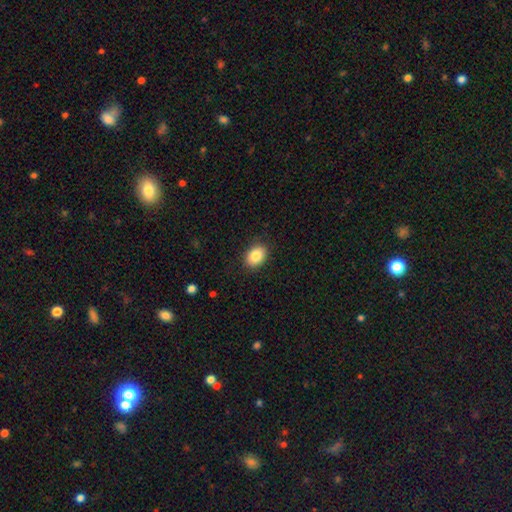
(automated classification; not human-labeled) A smooth galaxy with no disk features (86%) that is in between round and cigar-shaped (69%).

Vote fractions:
- Smooth or featured? smooth: 86% / star or artifact: 8% / featured or disk: 6%
- How rounded? in between: 69% / round: 30% / cigar-shaped: 1%
- Merging? none: 89% / minor disturbance: 8% / major disturbance: 2% / merger: 1%